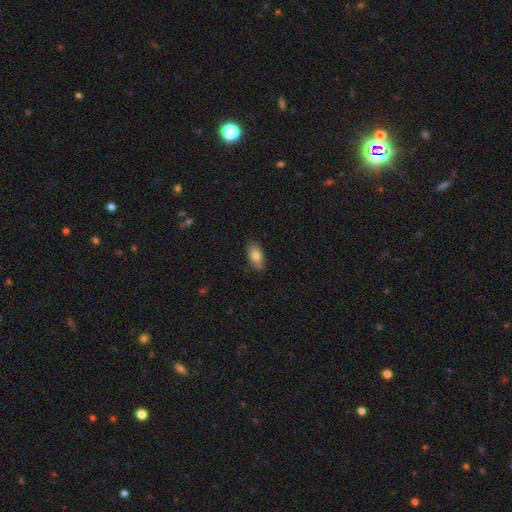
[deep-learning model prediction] Q: Smooth or featured?
A: smooth (78%); runner-up: featured or disk (15%)
Q: How rounded?
A: in between (89%); runner-up: cigar-shaped (7%)
Q: Merging?
A: none (82%); runner-up: minor disturbance (15%)